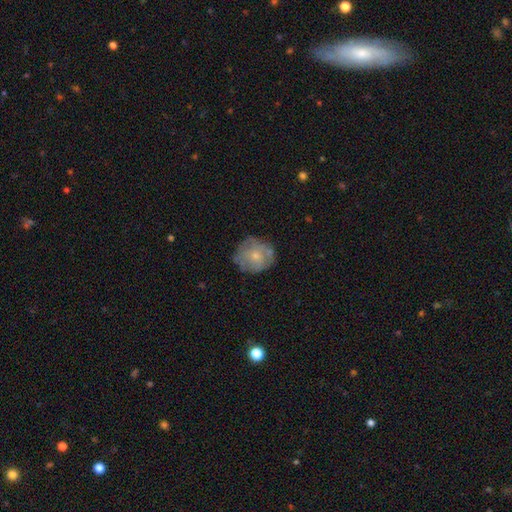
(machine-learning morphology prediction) Smooth or featured?
  - smooth: 51% *
  - featured or disk: 41%
  - star or artifact: 8%
How rounded?
  - round: 85% *
  - in between: 14%
  - cigar-shaped: 1%
Merging?
  - none: 69% *
  - minor disturbance: 21%
  - major disturbance: 8%
  - merger: 2%